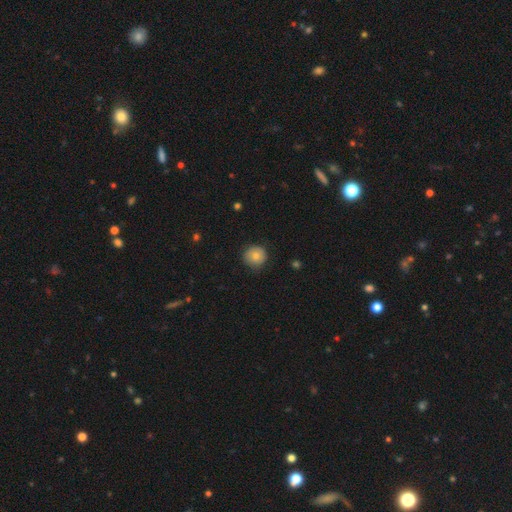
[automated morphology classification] smooth-or-featured: smooth: 77% | featured or disk: 14% | star or artifact: 9%
  how-rounded: round: 94% | in between: 5% | cigar-shaped: 1%
  merging: none: 81% | minor disturbance: 15% | major disturbance: 3% | merger: 1%